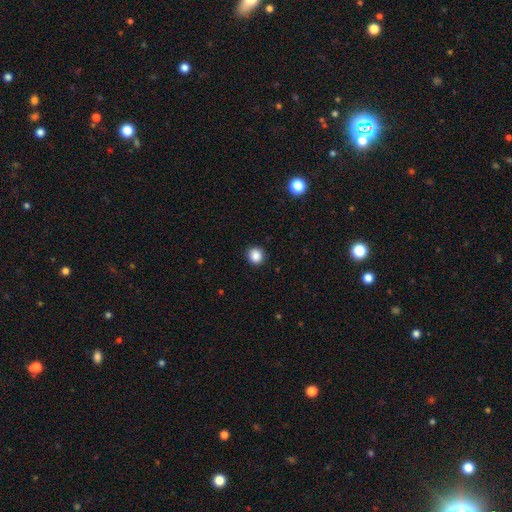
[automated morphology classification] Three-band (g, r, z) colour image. It shows a smooth galaxy with no disk features (87%) that is round (86%). Merging: none (91%).